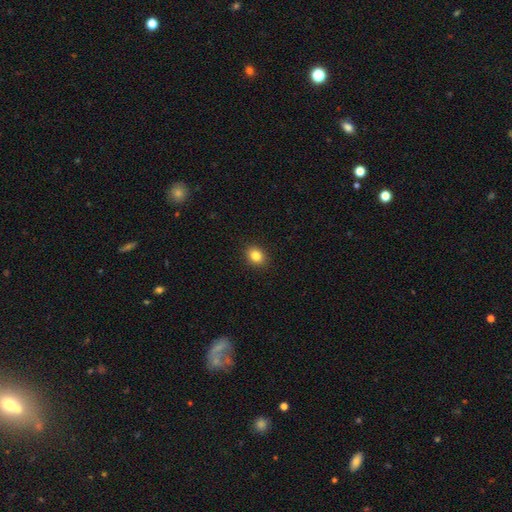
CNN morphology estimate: A smooth galaxy with no disk features (84%) that is round (50%). Merging: none (91%).